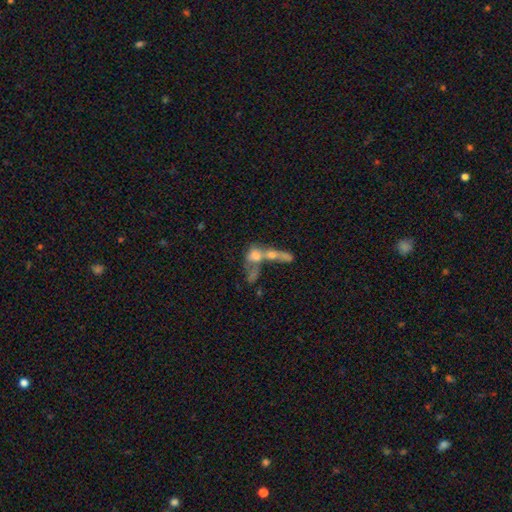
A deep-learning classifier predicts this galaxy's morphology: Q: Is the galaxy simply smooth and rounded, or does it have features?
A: smooth — 56%.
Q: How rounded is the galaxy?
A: in between — 53%.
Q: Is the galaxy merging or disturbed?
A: merger — 74%.